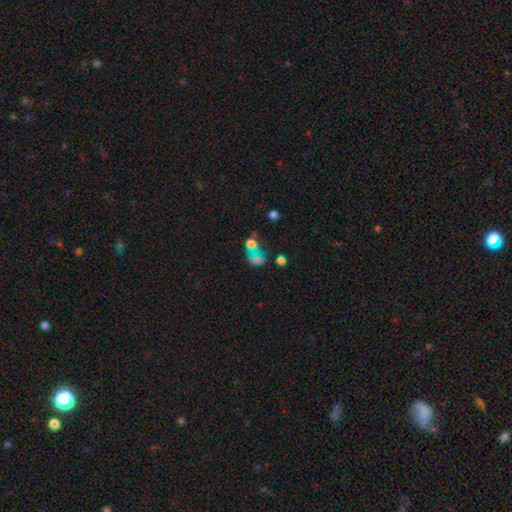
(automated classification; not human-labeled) A smooth galaxy with no disk features (49%). Merging: merger (32%, tied with none).